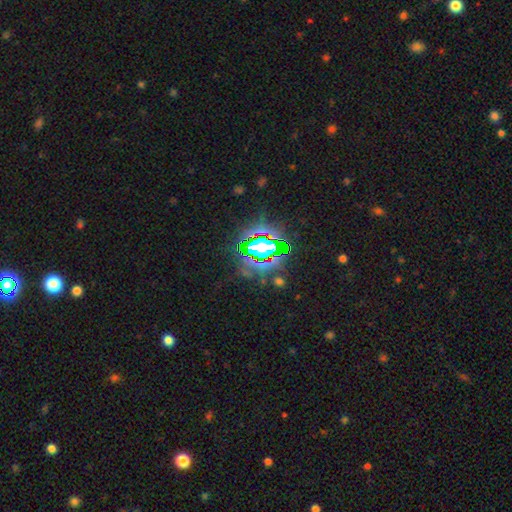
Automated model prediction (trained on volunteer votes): Smooth or featured? Predicted: star or artifact (p=0.84).